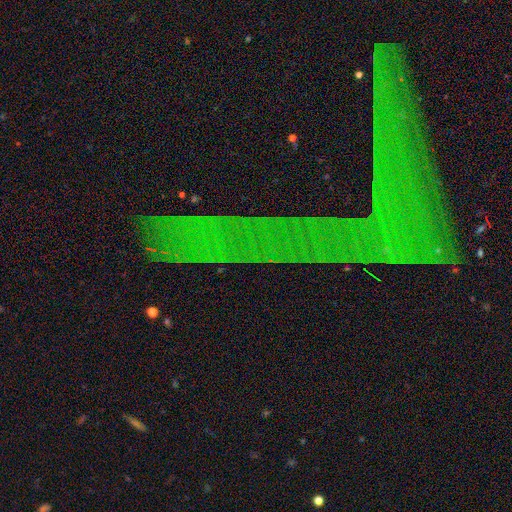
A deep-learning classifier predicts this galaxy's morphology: star or artifact 77%, featured or disk 13%, smooth 10%.